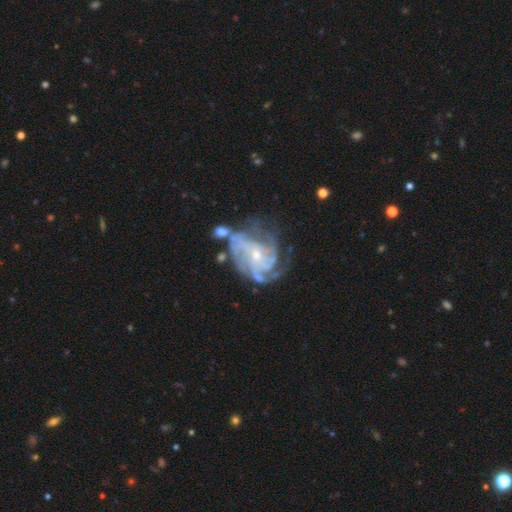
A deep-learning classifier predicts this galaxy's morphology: Smooth or featured: featured or disk — 88% (star or artifact — 7%)
Edge-on disk: no — 98% (yes — 2%)
Bar: no — 63% (weak — 29%)
Spiral arms: yes — 96% (no — 4%)
Spiral winding: tight — 58% (medium — 34%)
Spiral arm count: 4 — 32% (can't tell — 24%)
Bulge size: small — 69% (moderate — 27%)
Merging: none — 49% (minor disturbance — 22%)